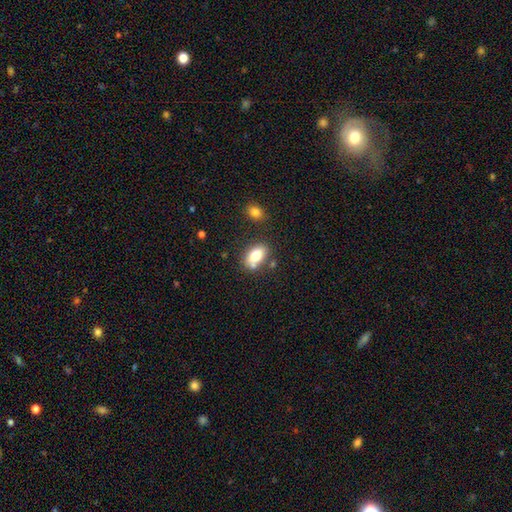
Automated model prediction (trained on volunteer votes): smooth-or-featured: smooth: 77% | featured or disk: 15% | star or artifact: 8%
  how-rounded: in between: 86% | round: 11% | cigar-shaped: 3%
  merging: none: 65% | minor disturbance: 17% | merger: 14% | major disturbance: 5%